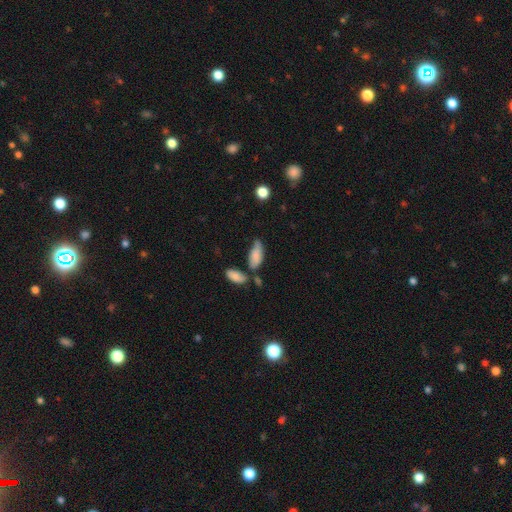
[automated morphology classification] smooth_or_featured: smooth (p=0.80) [alt: featured or disk p=0.13]
how_rounded: in between (p=0.81) [alt: cigar-shaped p=0.17]
merging: none (p=0.42) [alt: minor disturbance p=0.29]